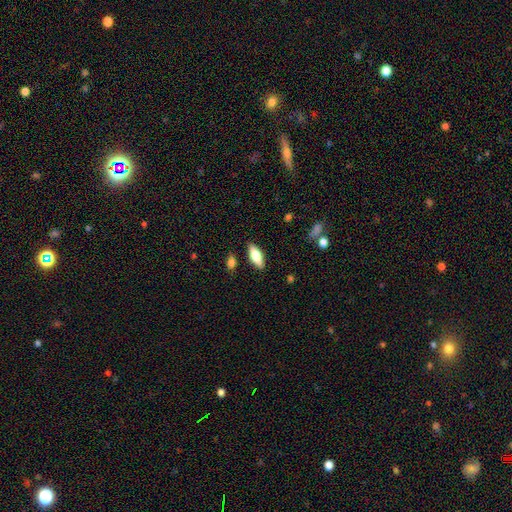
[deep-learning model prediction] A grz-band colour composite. It shows a smooth galaxy with no disk features (62%) that is in between round and cigar-shaped (71%). Merging: none (86%).